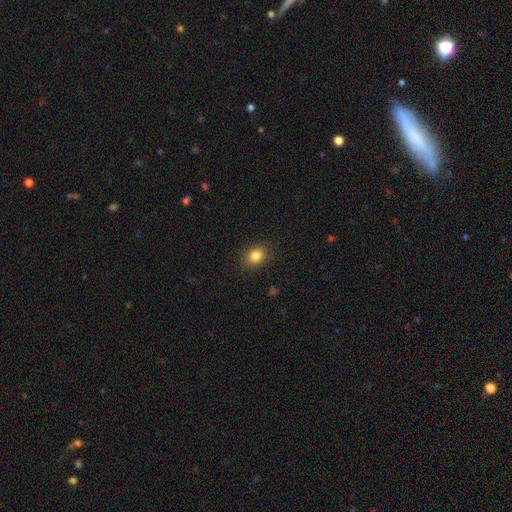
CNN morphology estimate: This is clearly a smooth galaxy (84%). How rounded: possibly in between (53%). Merging: clearly none (88%).